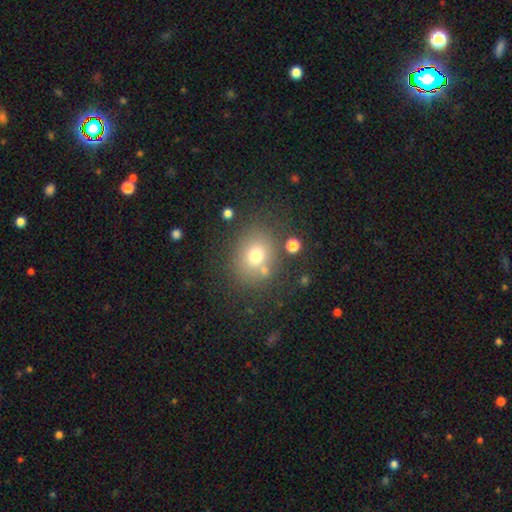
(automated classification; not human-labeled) This appears to be a smooth galaxy with no disk features (71%) that is round (64%). Merging: none (73%).